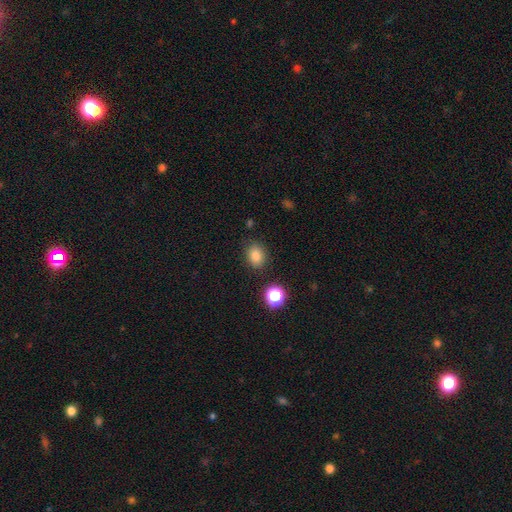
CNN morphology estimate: smooth 81%, star or artifact 13%, featured or disk 6%. Down the decision tree: how rounded — in between (52%); merging — none (84%).